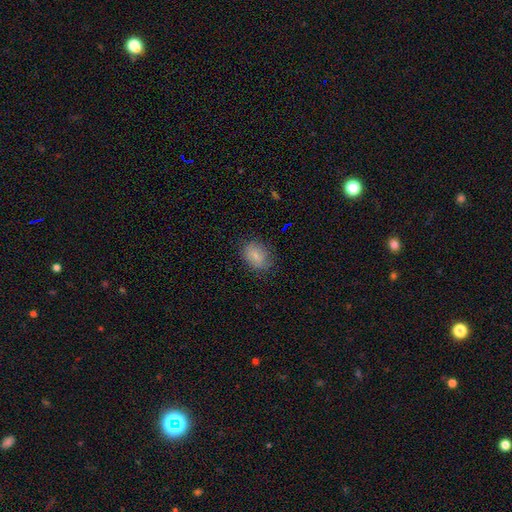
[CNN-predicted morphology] smooth_or_featured: smooth (p=0.80) [alt: featured or disk p=0.11]
how_rounded: in between (p=0.76) [alt: round p=0.23]
merging: none (p=0.77) [alt: minor disturbance p=0.17]